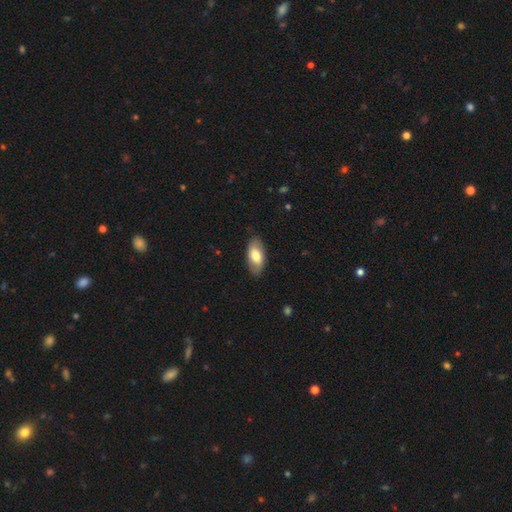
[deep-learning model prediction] smooth_or_featured: smooth (p=0.70) [alt: featured or disk p=0.25]
how_rounded: in between (p=0.92) [alt: cigar-shaped p=0.06]
merging: none (p=0.84) [alt: minor disturbance p=0.13]